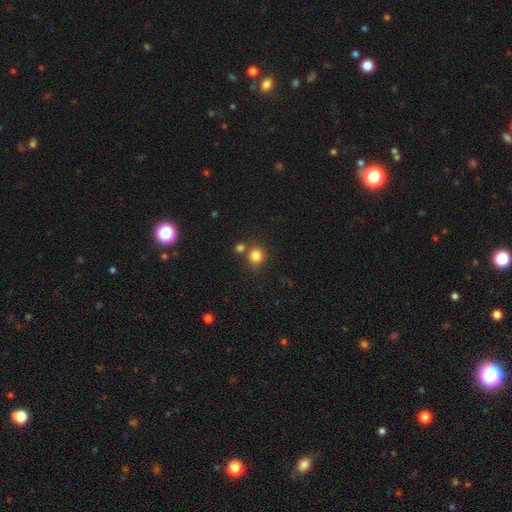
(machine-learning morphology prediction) Smooth or featured: smooth — 83% (star or artifact — 11%)
How rounded: round — 83% (in between — 16%)
Merging: none — 64% (merger — 22%)